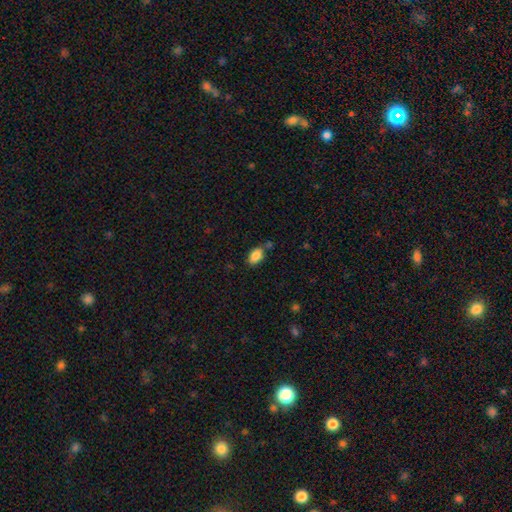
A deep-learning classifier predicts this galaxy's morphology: This appears to be a smooth galaxy with no disk features (87%) that is in between round and cigar-shaped (90%). Merging: none (72%).